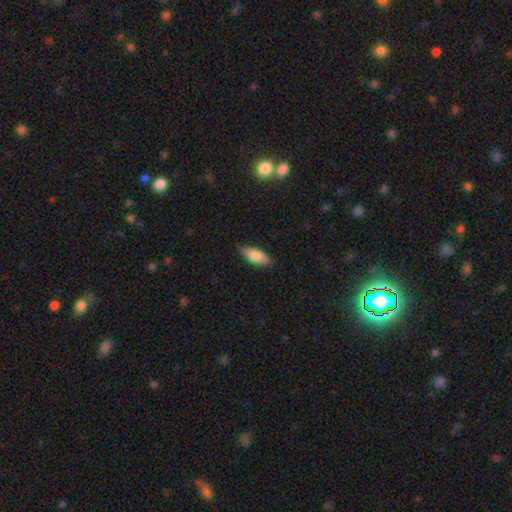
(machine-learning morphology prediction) A smooth galaxy with no disk features (83%) that is in between round and cigar-shaped (75%). Merging: none (86%).